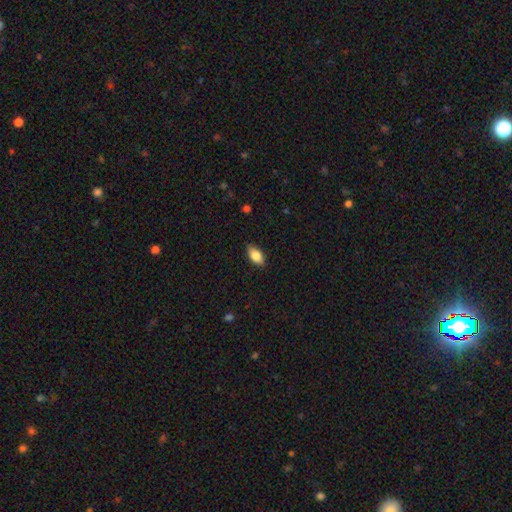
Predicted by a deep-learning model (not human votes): smooth 84%, featured or disk 9%, star or artifact 7%. Down the decision tree: how rounded — in between (92%); merging — none (87%).